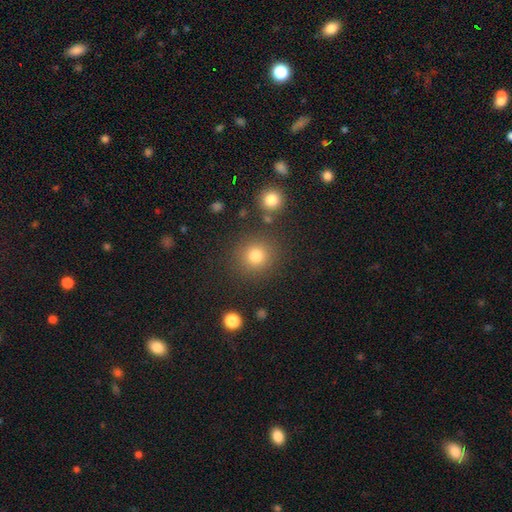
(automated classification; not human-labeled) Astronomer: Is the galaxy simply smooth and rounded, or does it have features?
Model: smooth — 79%.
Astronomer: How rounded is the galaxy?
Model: round — 91%.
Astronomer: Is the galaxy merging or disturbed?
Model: none — 85%.